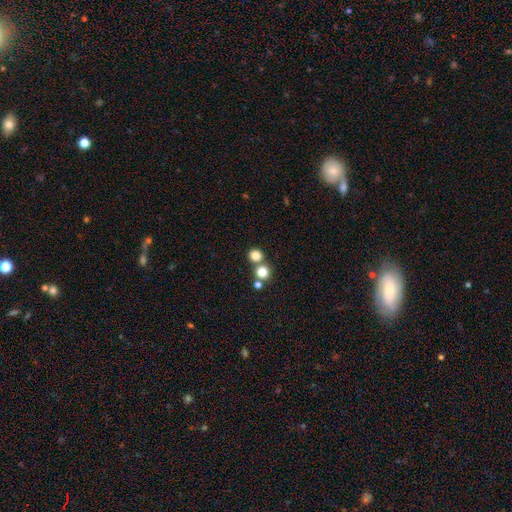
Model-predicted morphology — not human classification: A smooth galaxy with no disk features (80%) that is round (86%). Merging: none (63%).